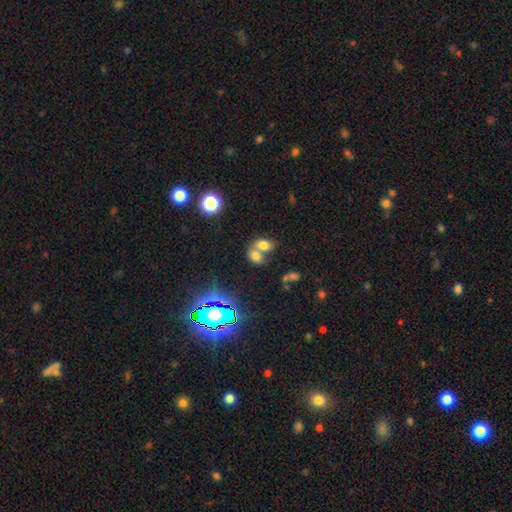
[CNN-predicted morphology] smooth_or_featured: smooth (p=0.66) [alt: star or artifact p=0.19]
how_rounded: in between (p=0.70) [alt: round p=0.29]
merging: merger (p=0.64) [alt: none p=0.26]